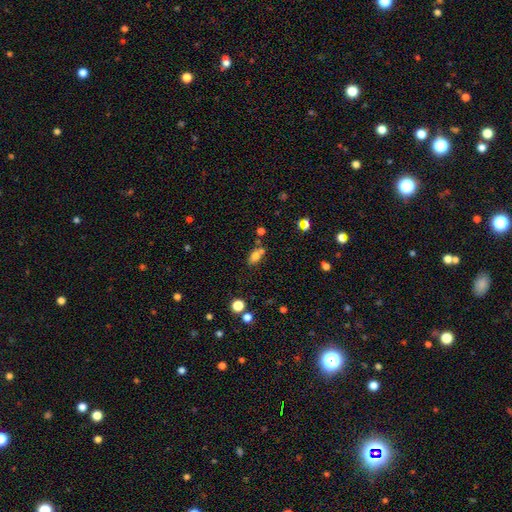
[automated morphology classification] The model was most divided on "merging": none: 51%, merger: 29%, minor disturbance: 14%, major disturbance: 5%. More confident: how rounded — in between (78%); smooth or featured — smooth (75%).